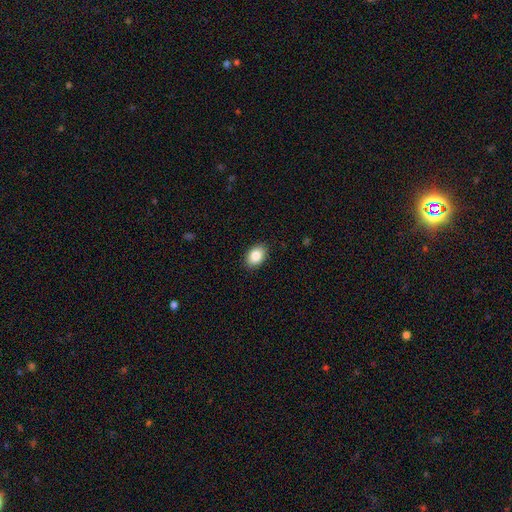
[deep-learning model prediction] Smooth or featured: smooth — 86% (star or artifact — 8%)
How rounded: in between — 81% (round — 18%)
Merging: none — 89% (minor disturbance — 8%)